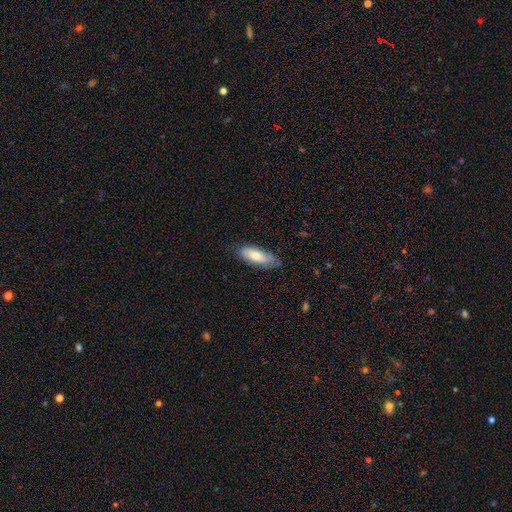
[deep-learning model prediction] The model was most divided on "how rounded": in between: 69%, cigar-shaped: 30%, round: 2%. More confident: smooth or featured — smooth (73%); merging — none (70%).